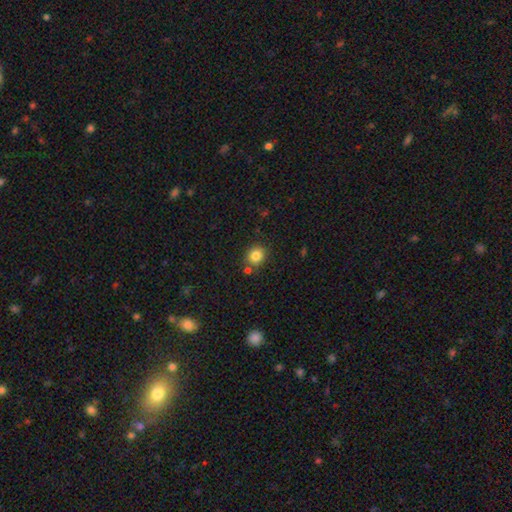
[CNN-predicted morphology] smooth 83%, star or artifact 11%, featured or disk 6%. Down the decision tree: how rounded — round (80%); merging — none (79%).